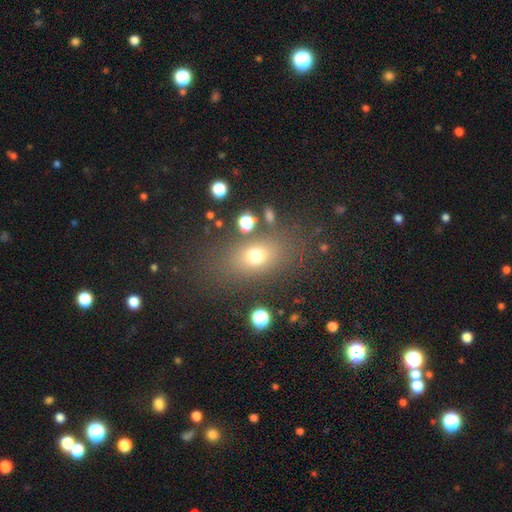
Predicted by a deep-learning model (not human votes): Q: Smooth or featured?
A: smooth (70%); runner-up: star or artifact (17%)
Q: How rounded?
A: in between (68%); runner-up: round (29%)
Q: Merging?
A: none (72%); runner-up: minor disturbance (13%)